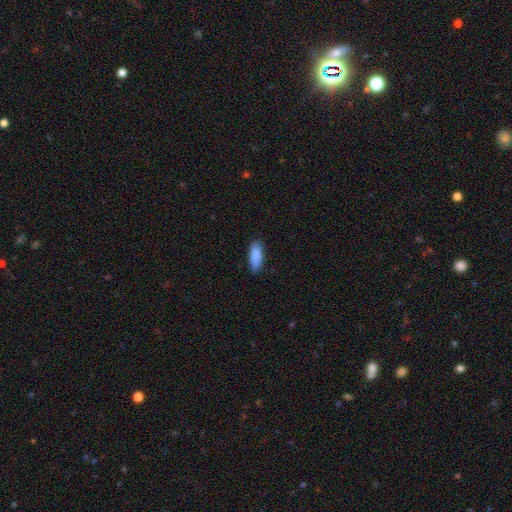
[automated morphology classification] Smooth or featured? smooth (88%)
How rounded? in between (72%)
Merging? none (83%)